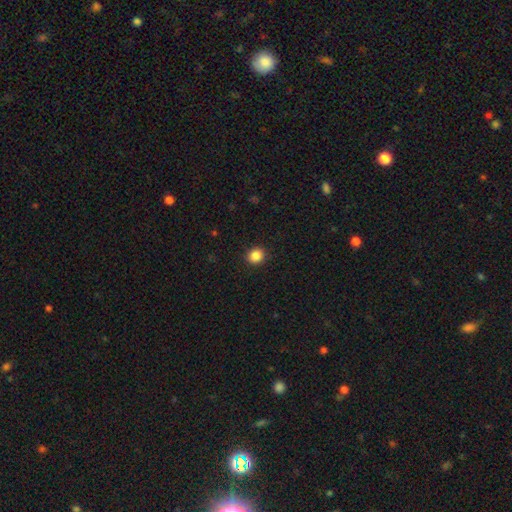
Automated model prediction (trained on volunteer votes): A smooth galaxy with no disk features (86%) that is round (82%). Merging: none (92%).